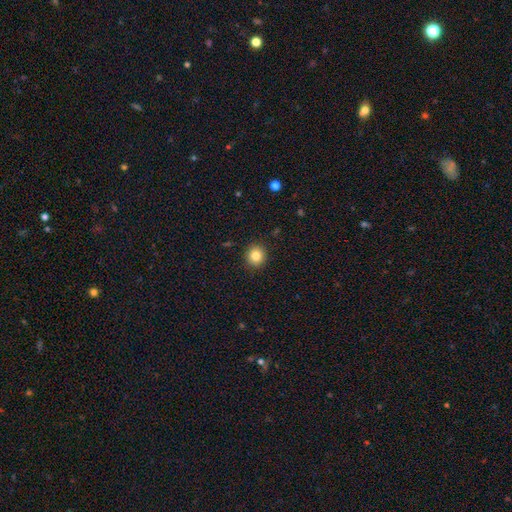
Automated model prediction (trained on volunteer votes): Smooth or featured: smooth — 84% (star or artifact — 10%)
How rounded: round — 88% (in between — 11%)
Merging: none — 91% (minor disturbance — 6%)